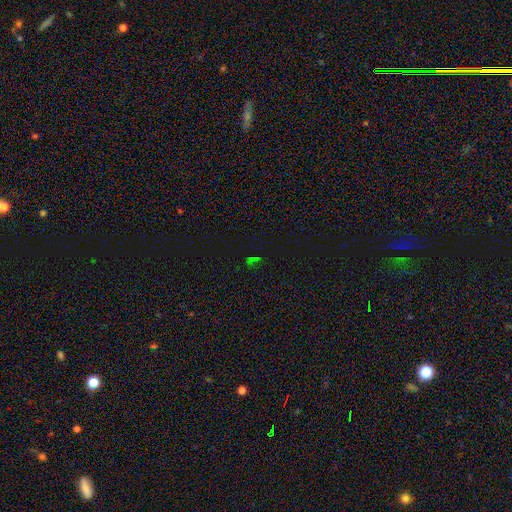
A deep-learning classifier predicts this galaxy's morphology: star or artifact 66%, smooth 24%, featured or disk 10%.